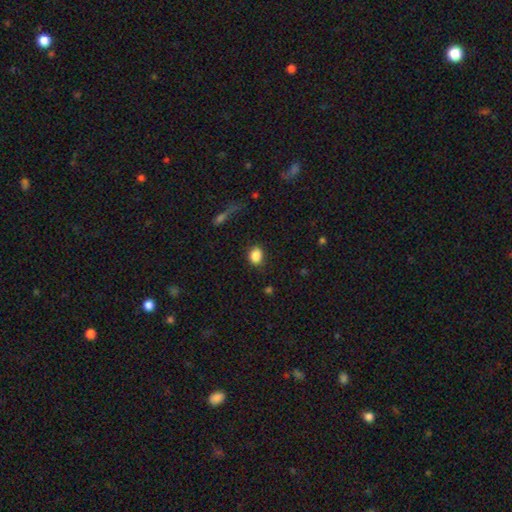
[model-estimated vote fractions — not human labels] Q: Smooth or featured?
A: smooth (87%); runner-up: star or artifact (9%)
Q: How rounded?
A: in between (60%); runner-up: round (39%)
Q: Merging?
A: none (82%); runner-up: minor disturbance (13%)